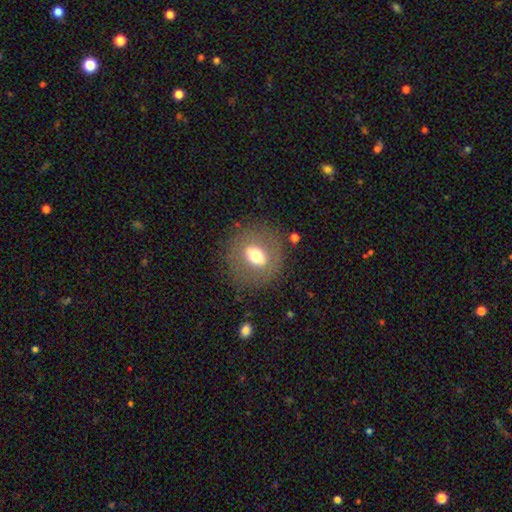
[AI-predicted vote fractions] Smooth or featured? Predicted: smooth (p=0.53). How rounded? Predicted: round (p=0.64). Merging? Predicted: none (p=0.81).